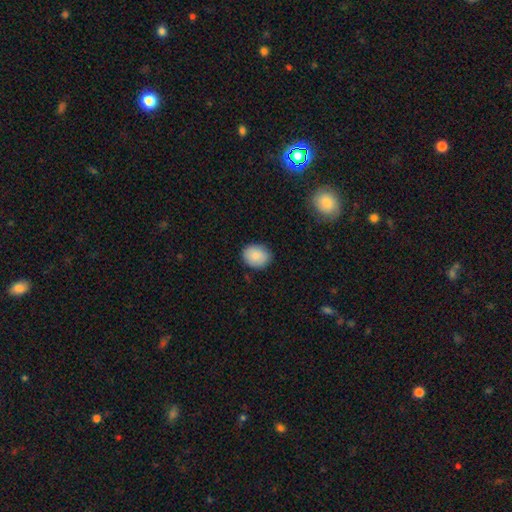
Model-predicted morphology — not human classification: smooth-or-featured: smooth: 87% | star or artifact: 7% | featured or disk: 6%
  how-rounded: round: 55% | in between: 45% | cigar-shaped: 1%
  merging: none: 84% | minor disturbance: 13% | major disturbance: 2% | merger: 1%